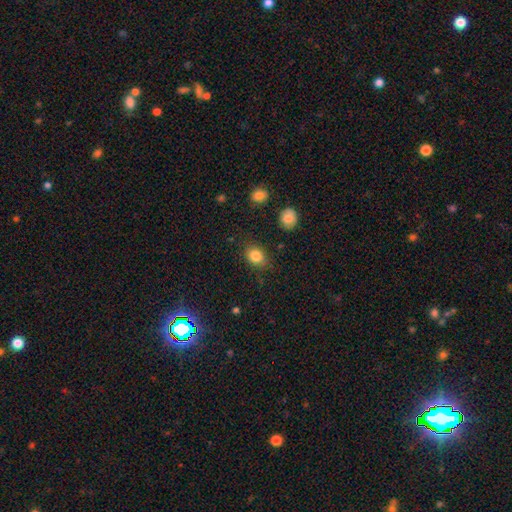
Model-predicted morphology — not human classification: Smooth or featured: smooth — 83% (star or artifact — 10%)
How rounded: in between — 52% (round — 47%)
Merging: none — 80% (minor disturbance — 14%)